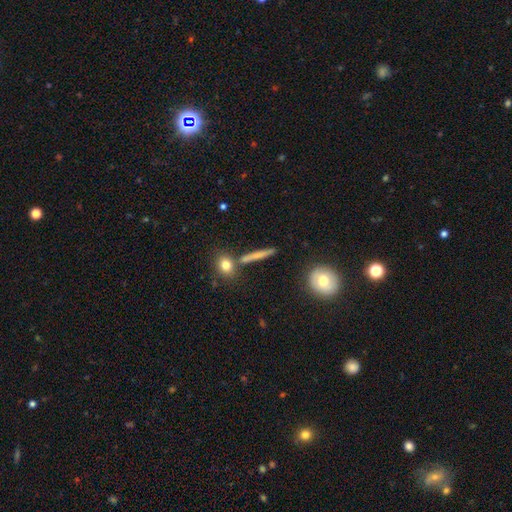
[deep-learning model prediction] Morphology: type=smooth (60%); roundness=cigar-shaped (83%); merging=none (82%).